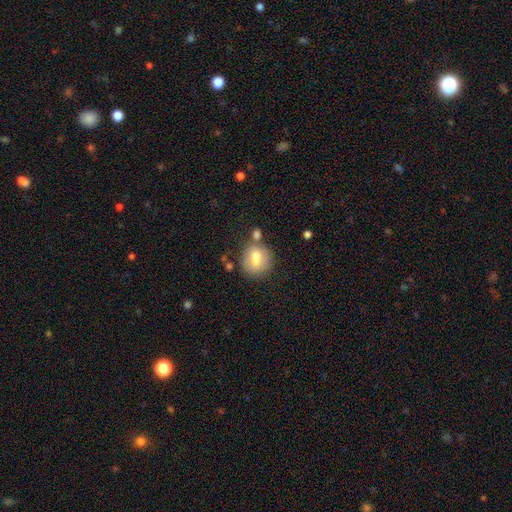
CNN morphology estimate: smooth-or-featured: smooth: 70% | featured or disk: 21% | star or artifact: 9%
  how-rounded: round: 69% | in between: 29% | cigar-shaped: 2%
  merging: none: 57% | merger: 19% | minor disturbance: 18% | major disturbance: 6%